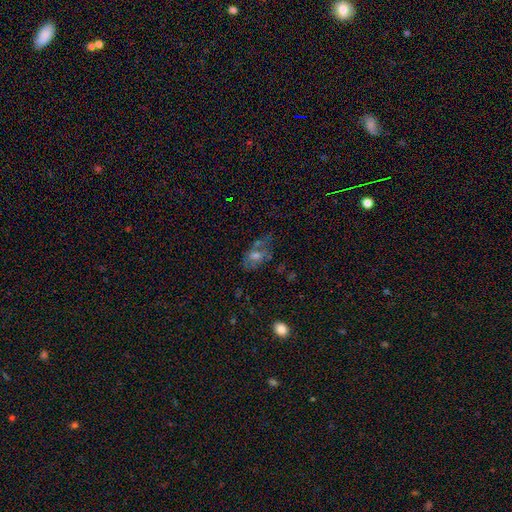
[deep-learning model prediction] Morphology: type=smooth (43%); merging=none (45%).